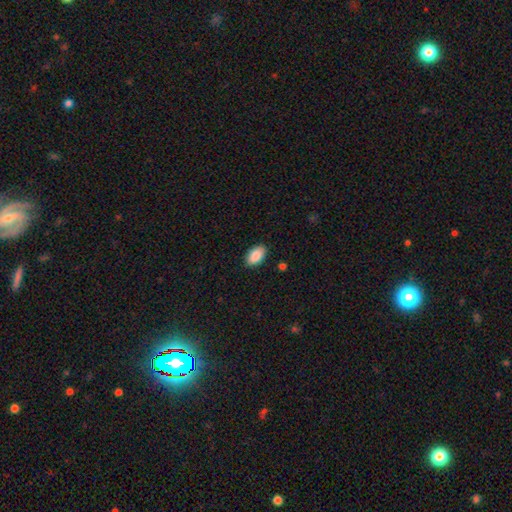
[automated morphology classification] A smooth galaxy with no disk features (88%) that is in between round and cigar-shaped (94%). Merging: none (88%).